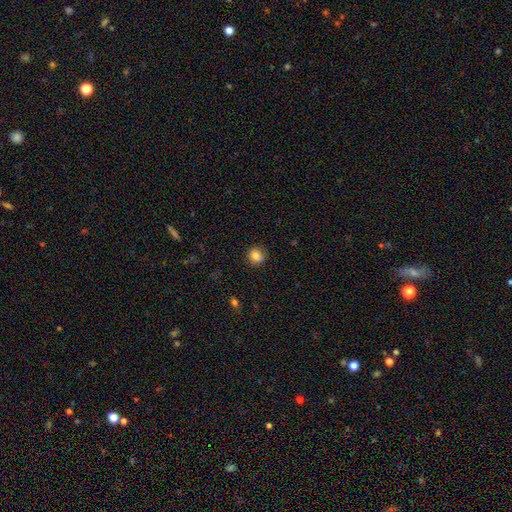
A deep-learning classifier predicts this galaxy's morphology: This is clearly a smooth galaxy (81%). How rounded: likely round (77%). Merging: clearly none (81%).